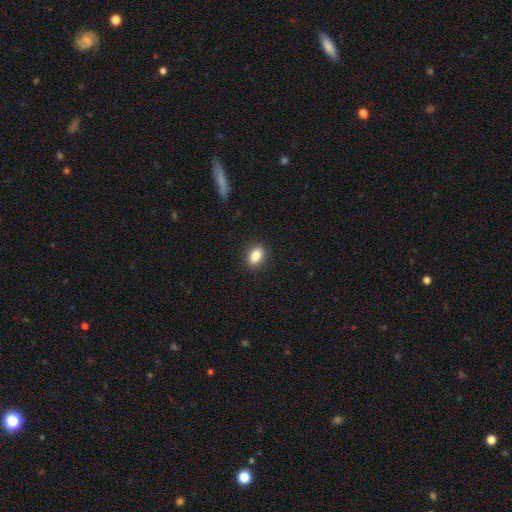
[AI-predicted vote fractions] Smooth or featured: smooth — 85% (star or artifact — 9%)
How rounded: in between — 78% (round — 20%)
Merging: none — 89% (minor disturbance — 8%)